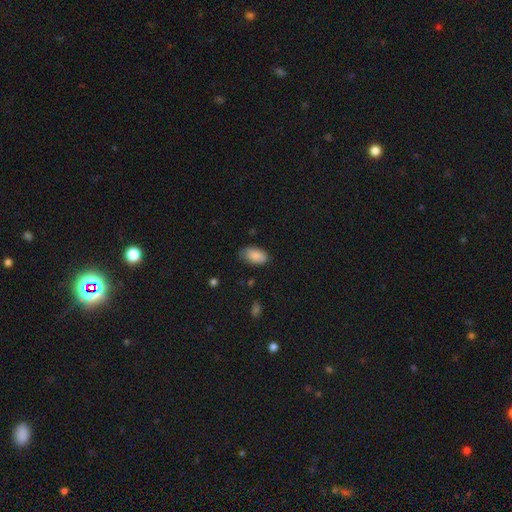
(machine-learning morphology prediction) The model was most divided on "merging": none: 72%, minor disturbance: 22%, major disturbance: 4%, merger: 1%. More confident: how rounded — in between (94%); smooth or featured — smooth (87%).